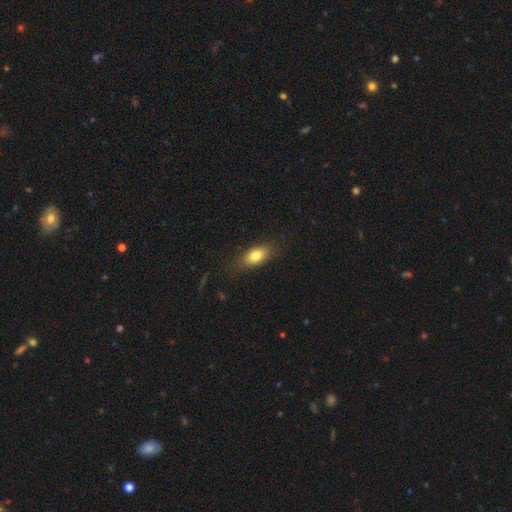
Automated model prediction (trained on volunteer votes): This is likely a smooth galaxy (80%). How rounded: clearly in between (84%). Merging: likely none (78%).